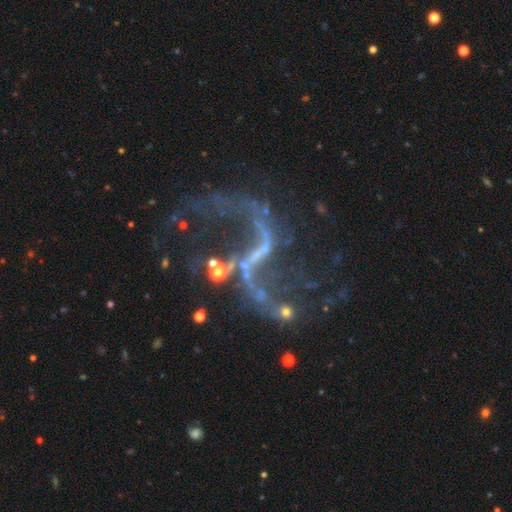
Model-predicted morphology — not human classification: A featured or disk galaxy (86%) with a weak bar (37%), 2 (88%) loose (91%) spiral arms (90%) and no central bulge (53%).

Vote fractions:
- Smooth or featured? featured or disk: 86% / star or artifact: 11% / smooth: 3%
- Edge-on disk? no: 97% / yes: 3%
- Bar? weak: 37% / strong: 36% / no: 27%
- Spiral arms? yes: 90% / no: 10%
- Spiral winding? loose: 91% / medium: 7% / tight: 3%
- Spiral arm count? 2: 88% / 1: 4% / can't tell: 3% / 3: 2% / 4: 2% / more than 4: 2%
- Bulge size? none: 53% / small: 40% / moderate: 5% / large: 1% / dominant: 1%
- Merging? none: 46% / major disturbance: 27% / minor disturbance: 15% / merger: 11%